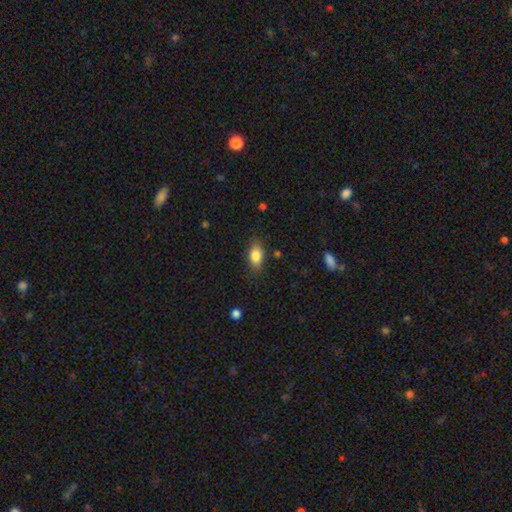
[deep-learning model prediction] Smooth or featured? Predicted: smooth (p=0.83). How rounded? Predicted: in between (p=0.87). Merging? Predicted: none (p=0.82).